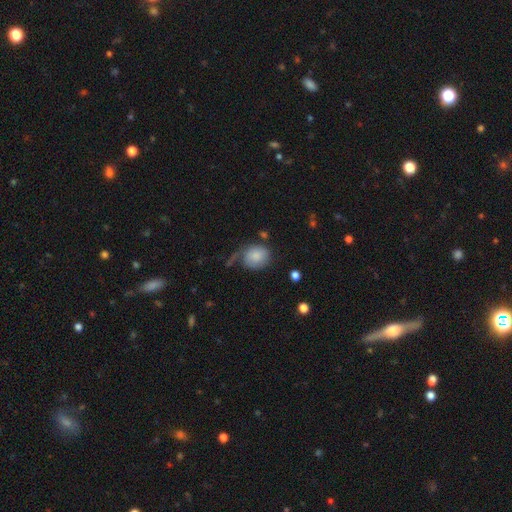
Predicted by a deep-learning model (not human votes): Morphology: type=smooth (76%); roundness=round (57%); merging=none (46%).